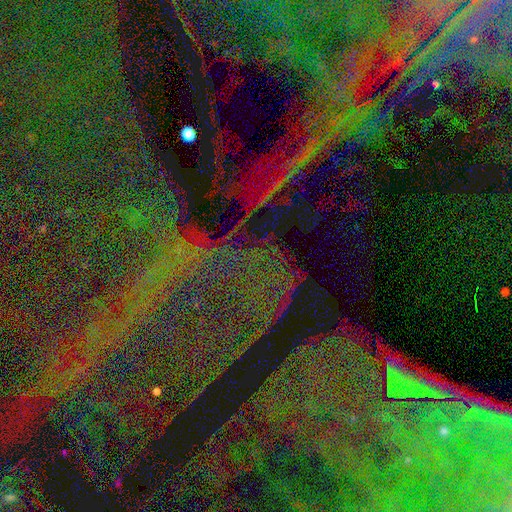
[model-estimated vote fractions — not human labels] Smooth or featured? star or artifact (82%)